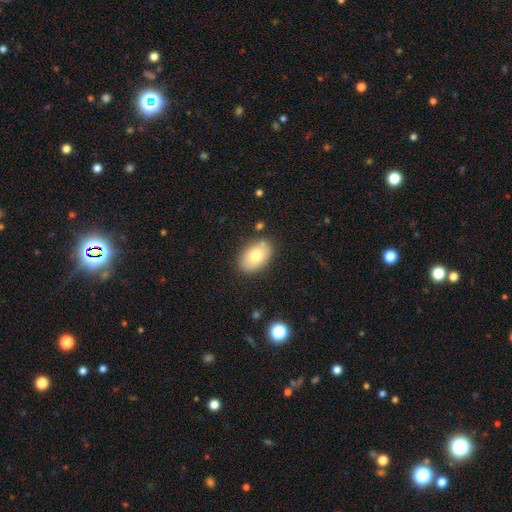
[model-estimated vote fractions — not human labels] Smooth or featured?
  - smooth: 75% *
  - featured or disk: 17%
  - star or artifact: 8%
How rounded?
  - in between: 86% *
  - round: 12%
  - cigar-shaped: 1%
Merging?
  - none: 81% *
  - minor disturbance: 13%
  - merger: 4%
  - major disturbance: 3%